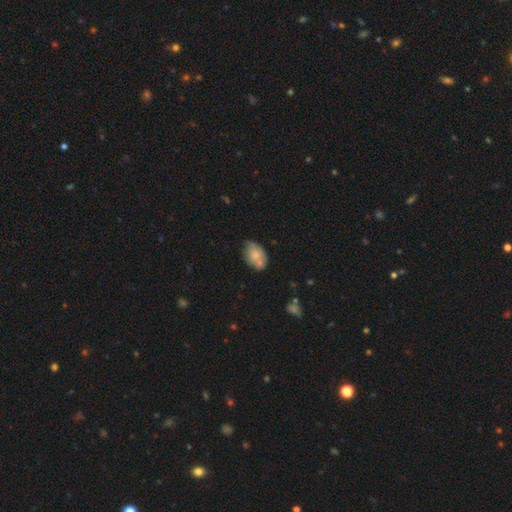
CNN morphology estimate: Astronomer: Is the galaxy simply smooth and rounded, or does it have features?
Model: smooth — 70%.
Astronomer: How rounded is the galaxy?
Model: in between — 87%.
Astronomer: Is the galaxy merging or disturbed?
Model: none — 50% (runner-up: minor disturbance, 31%).